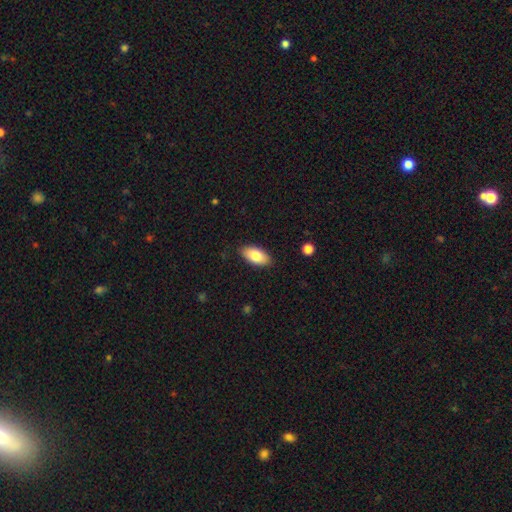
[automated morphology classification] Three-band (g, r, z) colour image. It shows a smooth galaxy with no disk features (81%) that is in between round and cigar-shaped (93%). Merging: none (88%).